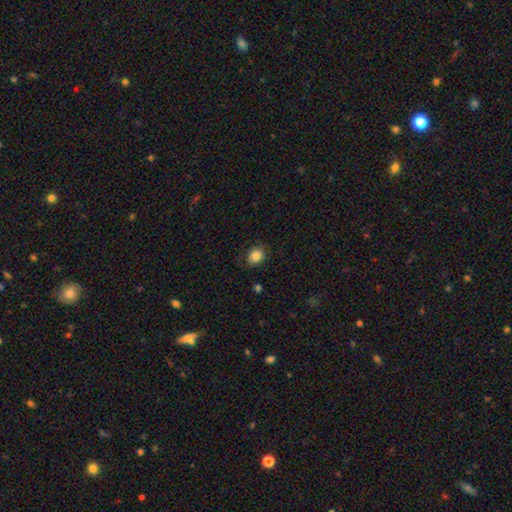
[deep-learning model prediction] This is clearly a smooth galaxy (84%). How rounded: possibly round (52%). Merging: clearly none (81%).